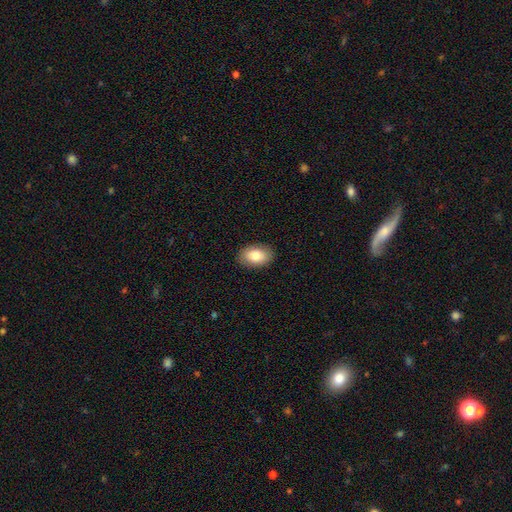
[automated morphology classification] Q: Smooth or featured?
A: smooth (81%); runner-up: featured or disk (12%)
Q: How rounded?
A: in between (89%); runner-up: round (10%)
Q: Merging?
A: none (88%); runner-up: minor disturbance (9%)